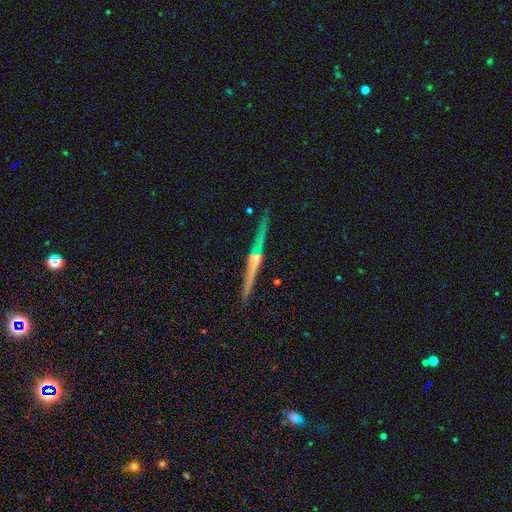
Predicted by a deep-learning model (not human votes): This appears to be a featured or disk galaxy (82%) viewed edge-on (98%) with a rounded central bulge (82%). Merging: none (90%).